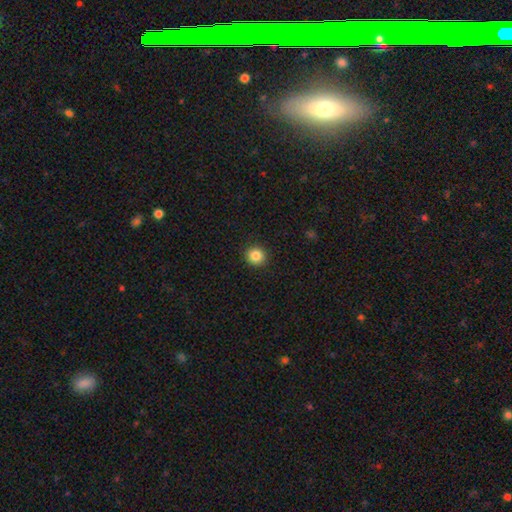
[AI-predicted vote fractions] Smooth or featured?
  - smooth: 85% *
  - star or artifact: 10%
  - featured or disk: 5%
How rounded?
  - round: 93% *
  - in between: 6%
  - cigar-shaped: 1%
Merging?
  - none: 93% *
  - minor disturbance: 5%
  - major disturbance: 2%
  - merger: 1%